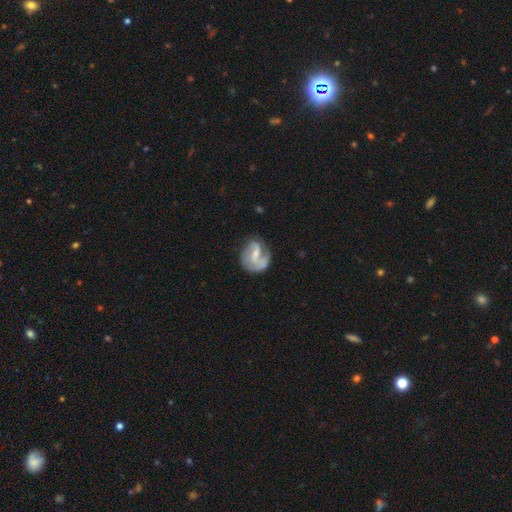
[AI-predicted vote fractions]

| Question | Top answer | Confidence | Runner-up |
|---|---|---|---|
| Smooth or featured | featured or disk | 73% | smooth (21%) |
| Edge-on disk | no | 98% | yes (2%) |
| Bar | weak | 51% | no (26%) |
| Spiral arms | yes | 87% | no (13%) |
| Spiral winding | medium | 42% | loose (38%) |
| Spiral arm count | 2 | 60% | 1 (22%) |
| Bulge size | small | 46% | moderate (30%) |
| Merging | none | 55% | minor disturbance (23%) |